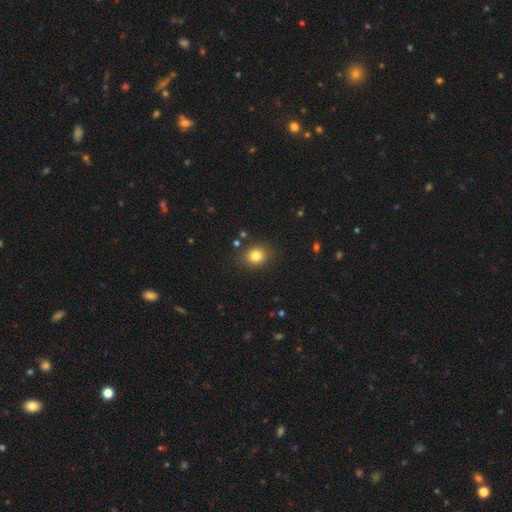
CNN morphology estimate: Q: Smooth or featured?
A: smooth (81%); runner-up: star or artifact (12%)
Q: How rounded?
A: round (65%); runner-up: in between (34%)
Q: Merging?
A: none (85%); runner-up: minor disturbance (9%)